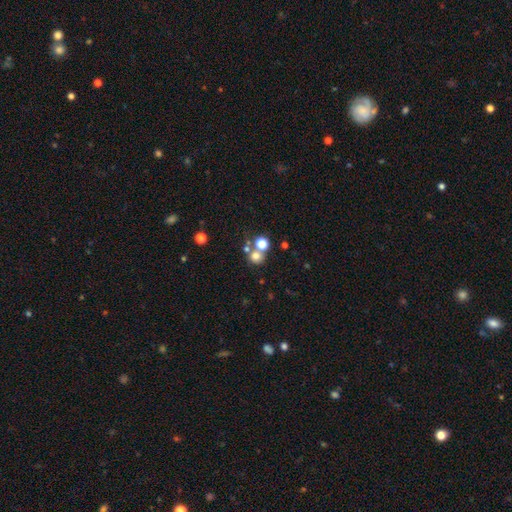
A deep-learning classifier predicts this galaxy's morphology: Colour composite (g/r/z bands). It shows a smooth galaxy with no disk features (70%) that is round (85%). Merging: none (53%).